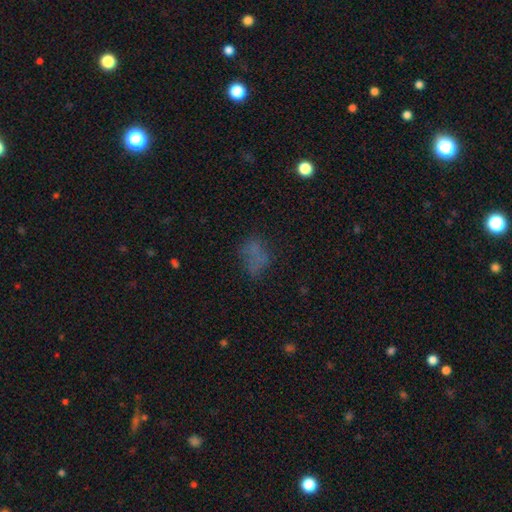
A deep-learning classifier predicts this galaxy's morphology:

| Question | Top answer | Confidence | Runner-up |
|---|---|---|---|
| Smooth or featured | smooth | 57% | star or artifact (24%) |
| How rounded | in between | 71% | round (26%) |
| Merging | none | 52% | minor disturbance (22%) |